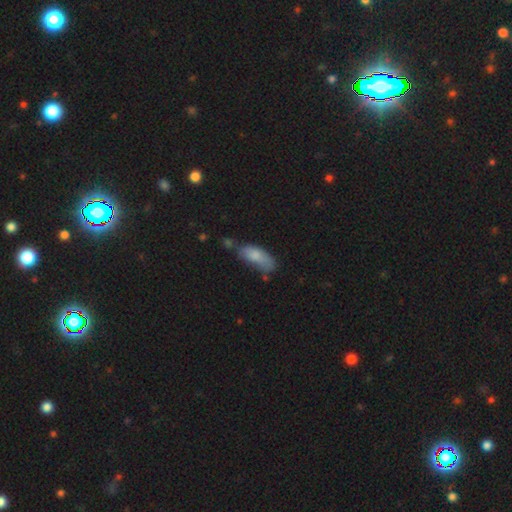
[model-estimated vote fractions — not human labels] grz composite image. It shows a smooth galaxy with no disk features (78%) that is in between round and cigar-shaped (76%). Merging: none (41%).